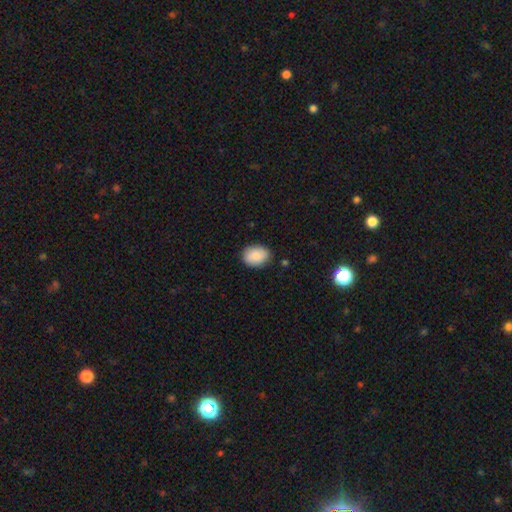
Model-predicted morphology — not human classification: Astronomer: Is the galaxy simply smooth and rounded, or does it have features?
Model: smooth — 89%.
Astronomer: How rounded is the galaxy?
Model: in between — 71%.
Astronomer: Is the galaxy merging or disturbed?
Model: none — 85%.